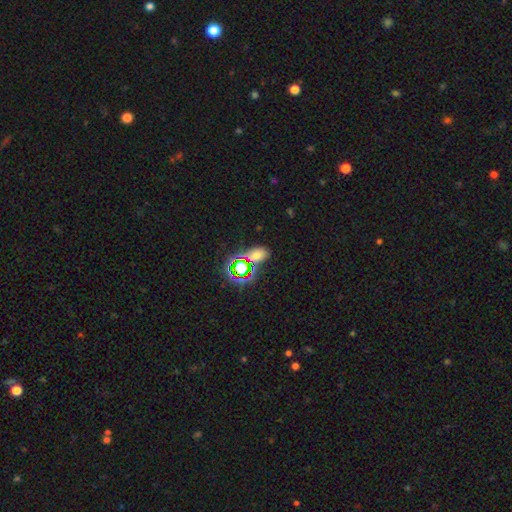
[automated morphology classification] Smooth or featured?
  - smooth: 47% *
  - star or artifact: 43%
  - featured or disk: 10%
Merging?
  - none: 68% *
  - merger: 14%
  - minor disturbance: 12%
  - major disturbance: 6%